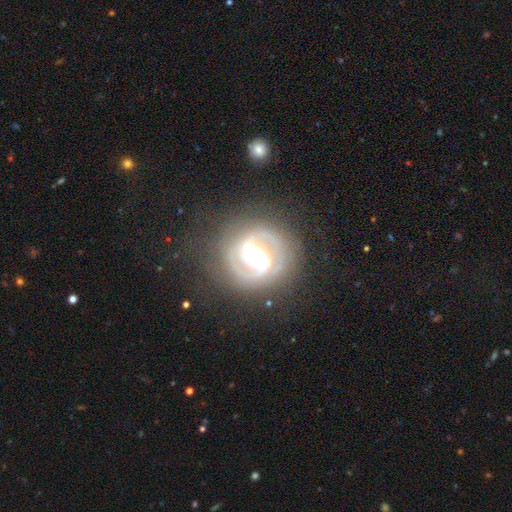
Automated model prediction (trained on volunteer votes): A featured or disk galaxy (84%) with a strong bar (76%), 2 (80%) tight (46%) spiral arms (87%) and a large central bulge (45%). Merging: none (73%).